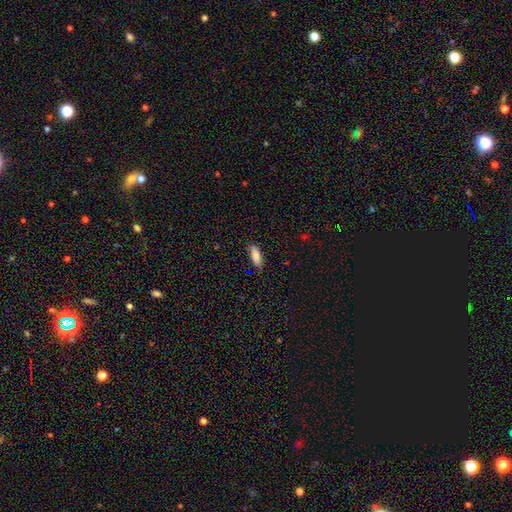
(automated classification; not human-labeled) This is clearly a smooth galaxy (85%). How rounded: likely in between (69%). Merging: clearly none (81%).